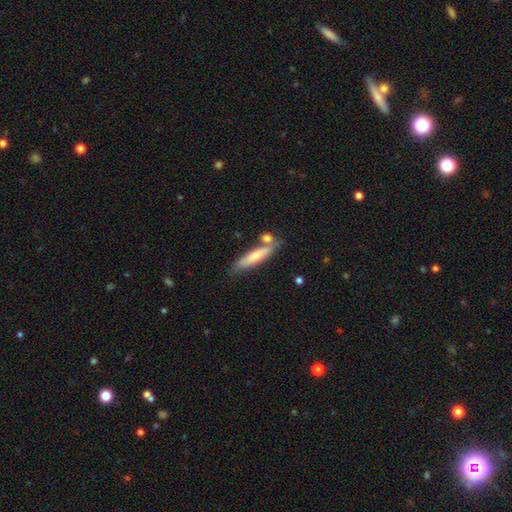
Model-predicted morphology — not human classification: Smooth or featured? smooth (67%)
How rounded? cigar-shaped (80%)
Merging? none (62%)